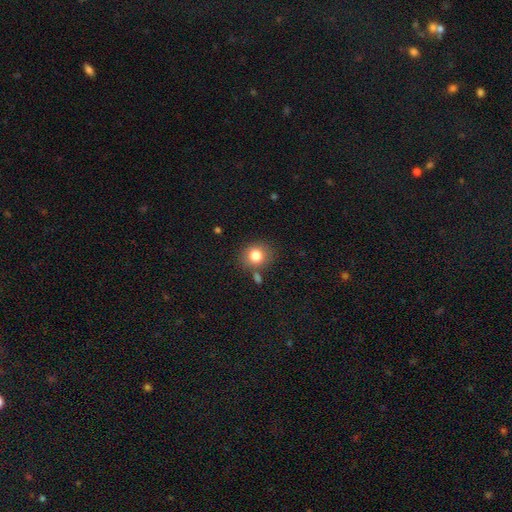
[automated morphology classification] Smooth or featured? smooth (82%)
How rounded? round (74%)
Merging? none (76%)